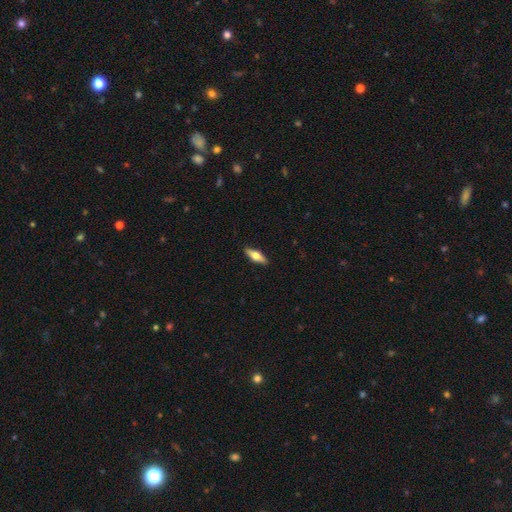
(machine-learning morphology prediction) Overall: smooth (53%; featured or disk 41%). How rounded: in between (54%; cigar-shaped 44%). Merging: none (90%).